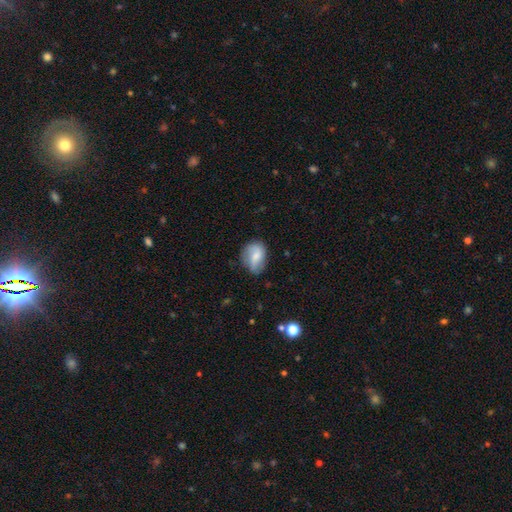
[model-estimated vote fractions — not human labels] Smooth or featured? Predicted: smooth (p=0.54). How rounded? Predicted: in between (p=0.67). Merging? Predicted: none (p=0.61).